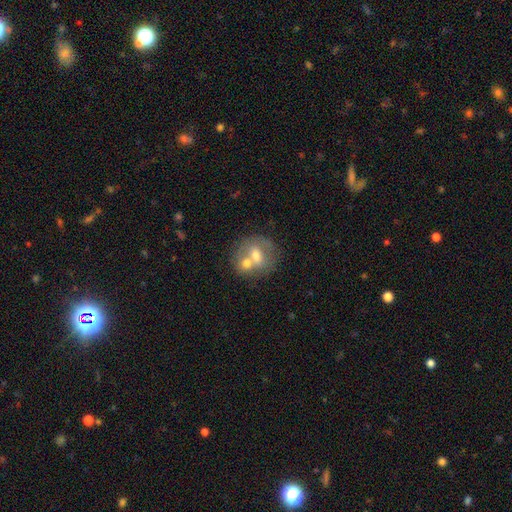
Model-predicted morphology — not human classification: Smooth or featured? Predicted: smooth (p=0.55). How rounded? Predicted: round (p=0.73). Merging? Predicted: merger (p=0.53).